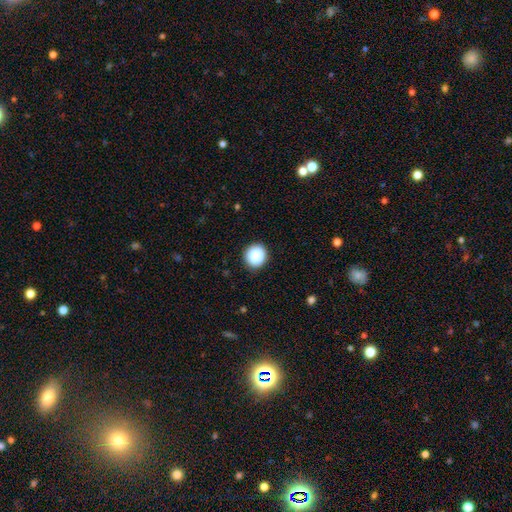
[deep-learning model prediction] Smooth or featured? Predicted: smooth (p=0.89). How rounded? Predicted: round (p=0.87). Merging? Predicted: none (p=0.90).